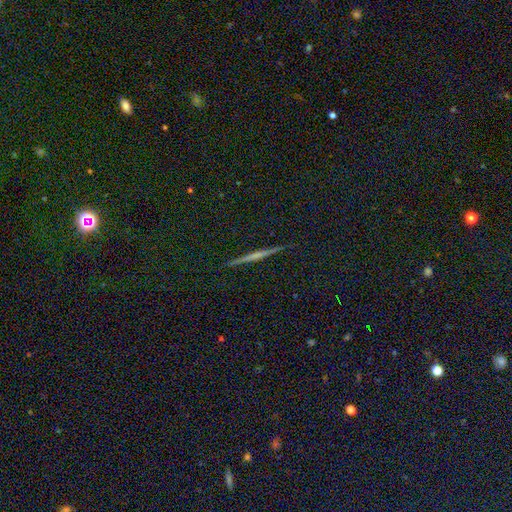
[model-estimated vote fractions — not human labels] A featured or disk galaxy (54%) viewed edge-on (97%) with no central bulge (67%).

Vote fractions:
- Smooth or featured? featured or disk: 54% / smooth: 26% / star or artifact: 20%
- Edge-on disk? yes: 97% / no: 3%
- Edge-on bulge? none: 67% / rounded: 21% / boxy: 11%
- Merging? none: 92% / minor disturbance: 5% / major disturbance: 1% / merger: 1%